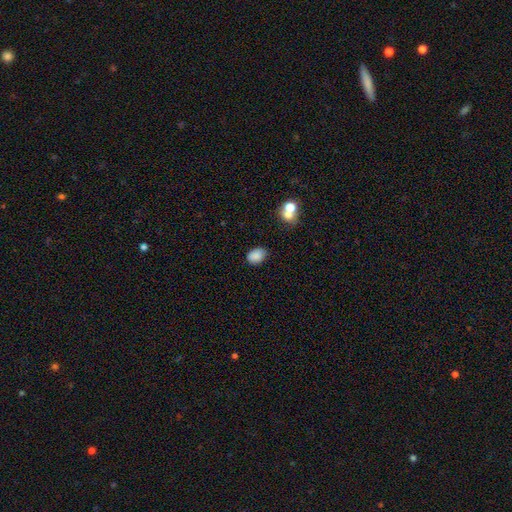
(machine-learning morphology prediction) Smooth or featured: smooth — 85% (star or artifact — 9%)
How rounded: in between — 72% (round — 27%)
Merging: none — 77% (minor disturbance — 15%)